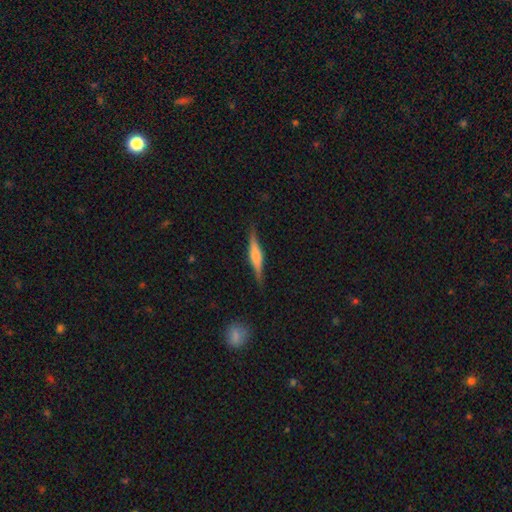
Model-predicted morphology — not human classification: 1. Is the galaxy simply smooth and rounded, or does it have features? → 58% featured or disk, 36% smooth, 7% star or artifact.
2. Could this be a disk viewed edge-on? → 96% yes, 4% no.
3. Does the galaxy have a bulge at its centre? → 66% rounded, 24% boxy, 10% none.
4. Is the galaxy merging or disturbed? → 85% none, 11% minor disturbance, 3% major disturbance, 1% merger.